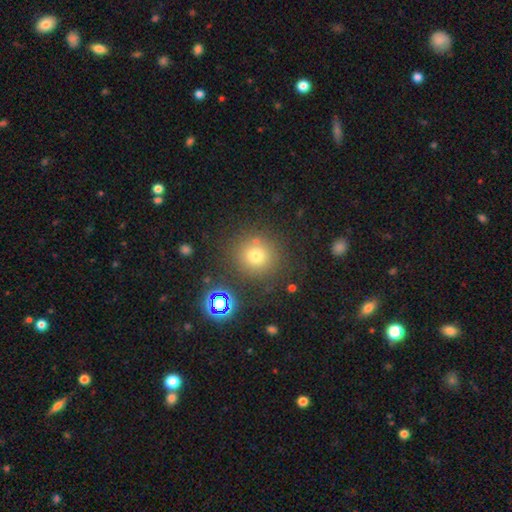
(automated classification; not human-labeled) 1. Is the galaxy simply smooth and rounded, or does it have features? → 71% smooth, 19% star or artifact, 10% featured or disk.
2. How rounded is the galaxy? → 93% round, 6% in between, 1% cigar-shaped.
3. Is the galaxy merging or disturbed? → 81% none, 9% minor disturbance, 5% merger, 4% major disturbance.